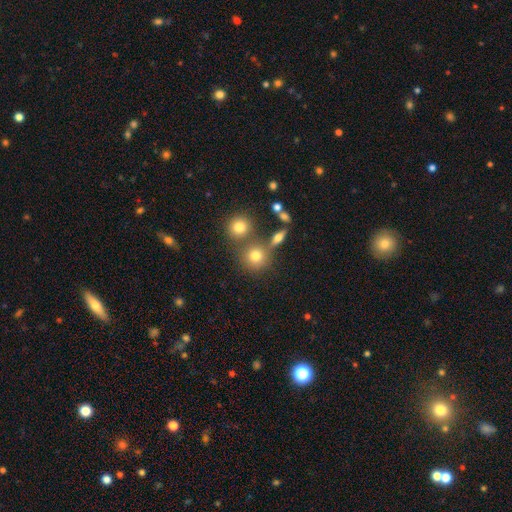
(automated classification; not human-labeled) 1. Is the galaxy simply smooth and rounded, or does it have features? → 74% smooth, 13% star or artifact, 13% featured or disk.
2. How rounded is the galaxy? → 88% round, 10% in between, 2% cigar-shaped.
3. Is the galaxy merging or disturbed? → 63% none, 24% merger, 9% minor disturbance, 4% major disturbance.